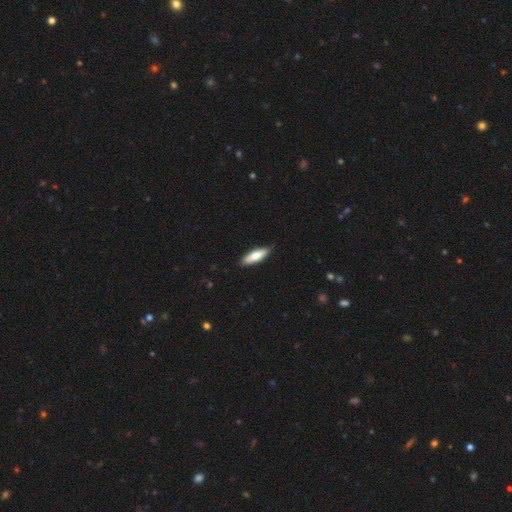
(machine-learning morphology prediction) smooth-or-featured: smooth: 75% | featured or disk: 20% | star or artifact: 5%
  how-rounded: cigar-shaped: 56% | in between: 42% | round: 2%
  merging: none: 87% | minor disturbance: 10% | major disturbance: 2% | merger: 1%